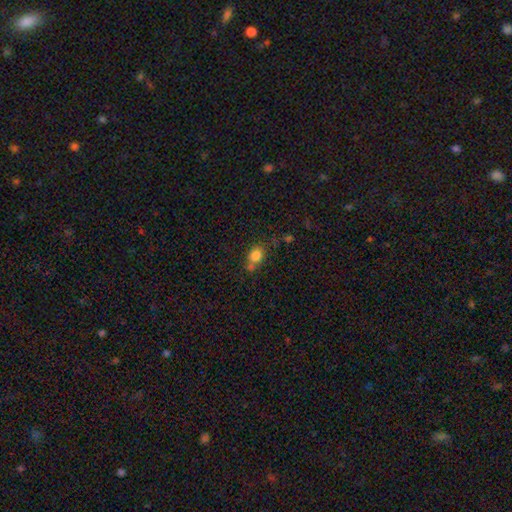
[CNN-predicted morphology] Smooth or featured? smooth (81%)
How rounded? round (52%)
Merging? none (53%)